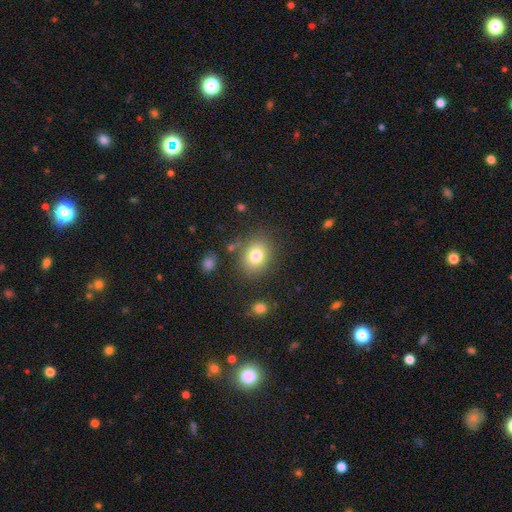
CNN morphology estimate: Smooth or featured? Predicted: smooth (p=0.79). How rounded? Predicted: round (p=0.51). Merging? Predicted: none (p=0.80).